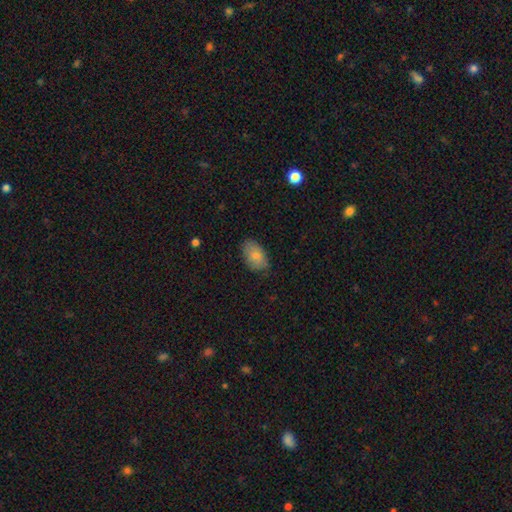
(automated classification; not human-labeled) Q: Smooth or featured?
A: smooth (79%); runner-up: featured or disk (14%)
Q: How rounded?
A: in between (90%); runner-up: round (8%)
Q: Merging?
A: none (75%); runner-up: minor disturbance (20%)